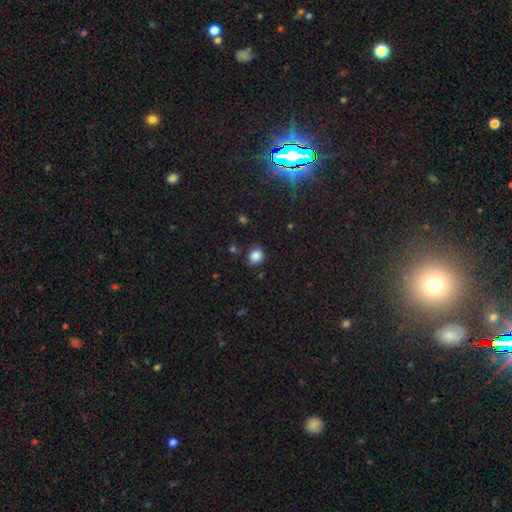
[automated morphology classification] Smooth or featured: smooth — 85% (star or artifact — 12%)
How rounded: round — 85% (in between — 14%)
Merging: none — 82% (minor disturbance — 12%)